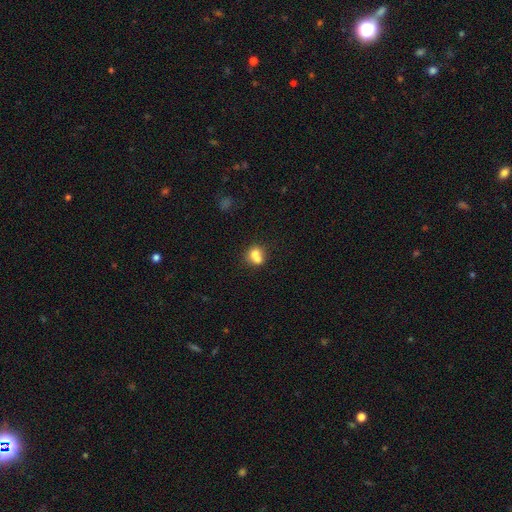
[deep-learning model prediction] smooth-or-featured: smooth: 70% | featured or disk: 20% | star or artifact: 10%
  how-rounded: round: 68% | in between: 31% | cigar-shaped: 1%
  merging: merger: 58% | none: 30% | minor disturbance: 8% | major disturbance: 4%